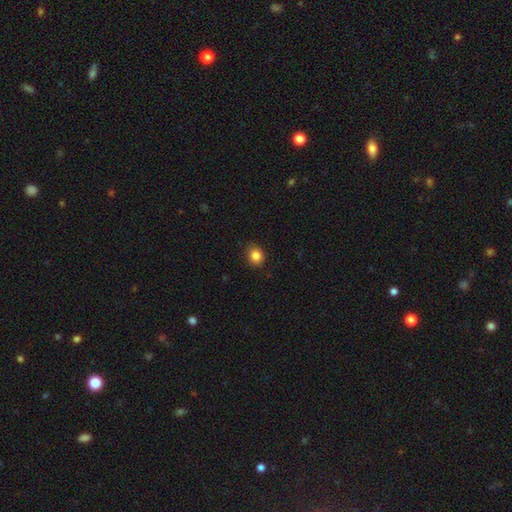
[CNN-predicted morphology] Smooth or featured? smooth (85%)
How rounded? round (67%)
Merging? none (87%)